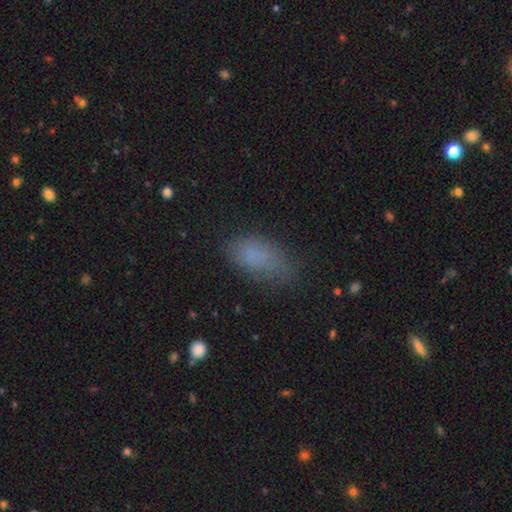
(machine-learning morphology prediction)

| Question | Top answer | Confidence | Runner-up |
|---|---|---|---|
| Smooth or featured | smooth | 79% | star or artifact (12%) |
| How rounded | in between | 87% | cigar-shaped (9%) |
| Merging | none | 63% | minor disturbance (25%) |